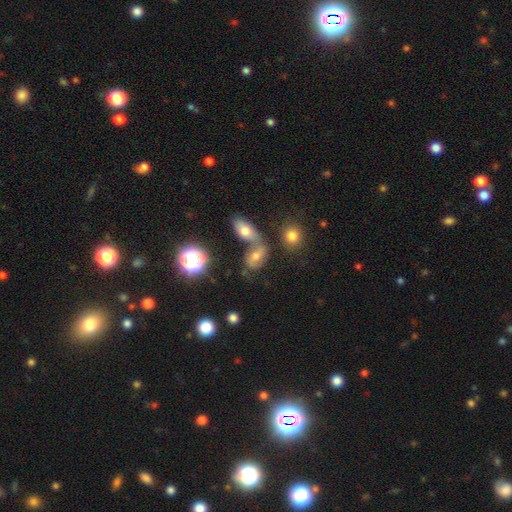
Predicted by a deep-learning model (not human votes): The model was most divided on "smooth or featured": smooth: 44%, star or artifact: 42%, featured or disk: 15%. More confident: merging — none (52%).